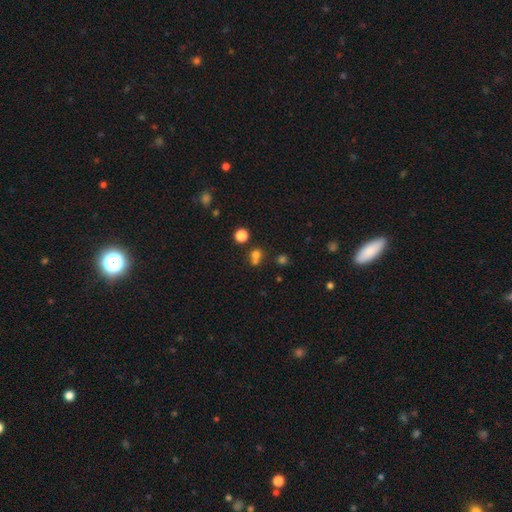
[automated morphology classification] This appears to be a smooth galaxy with no disk features (69%) that is round (81%). Merging: none (49%).